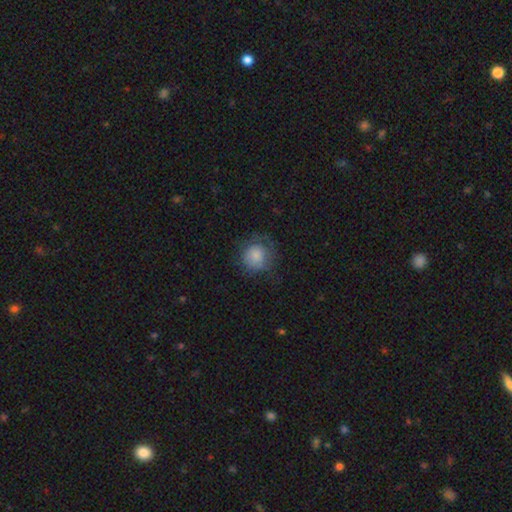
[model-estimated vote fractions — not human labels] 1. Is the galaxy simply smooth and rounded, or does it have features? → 76% smooth, 15% featured or disk, 9% star or artifact.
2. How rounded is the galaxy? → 88% round, 11% in between, 1% cigar-shaped.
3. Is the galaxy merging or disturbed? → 59% none, 24% minor disturbance, 16% major disturbance, 1% merger.